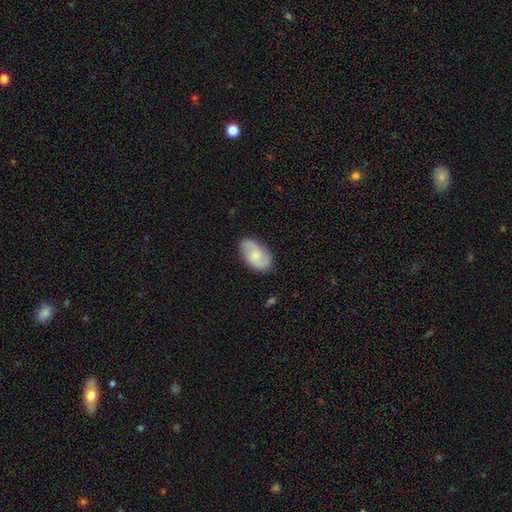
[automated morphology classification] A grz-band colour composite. It shows a featured or disk galaxy (56%) with no bar (60%), spiral arms (92%) and a small central bulge (44%). Merging: none (79%).